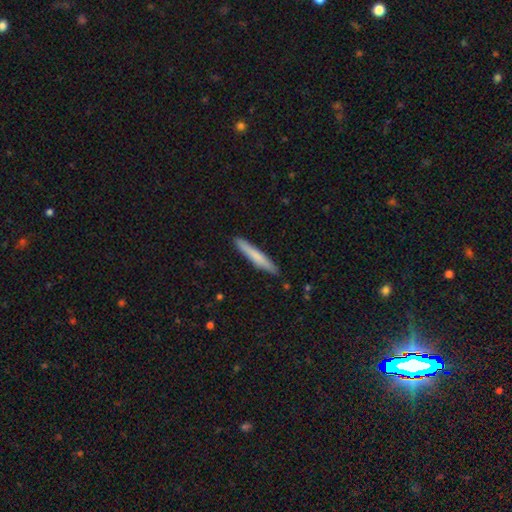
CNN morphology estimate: smooth_or_featured: smooth (p=0.71) [alt: featured or disk p=0.24]
how_rounded: cigar-shaped (p=0.96) [alt: in between p=0.03]
merging: none (p=0.90) [alt: minor disturbance p=0.07]